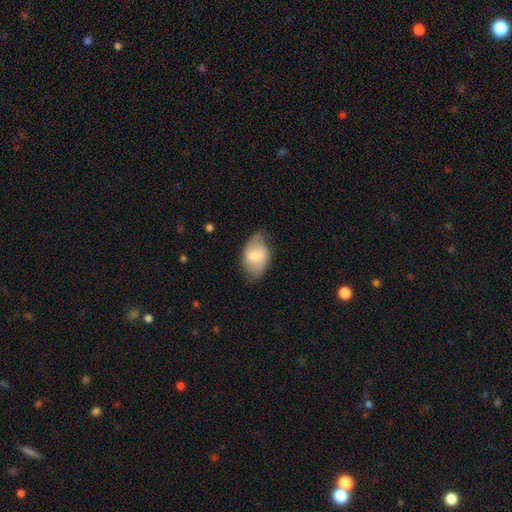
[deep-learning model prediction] smooth-or-featured: smooth: 57% | featured or disk: 37% | star or artifact: 6%
  how-rounded: in between: 88% | round: 10% | cigar-shaped: 2%
  merging: none: 69% | minor disturbance: 24% | major disturbance: 6% | merger: 1%